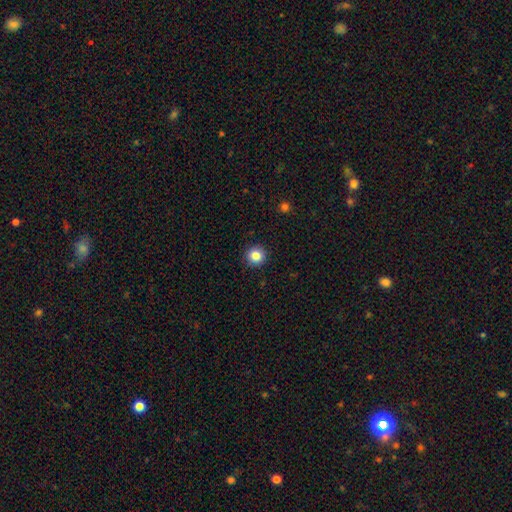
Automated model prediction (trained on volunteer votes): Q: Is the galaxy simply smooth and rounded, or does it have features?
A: smooth — 84%.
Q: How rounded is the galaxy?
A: round — 95%.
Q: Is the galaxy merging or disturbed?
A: none — 93%.